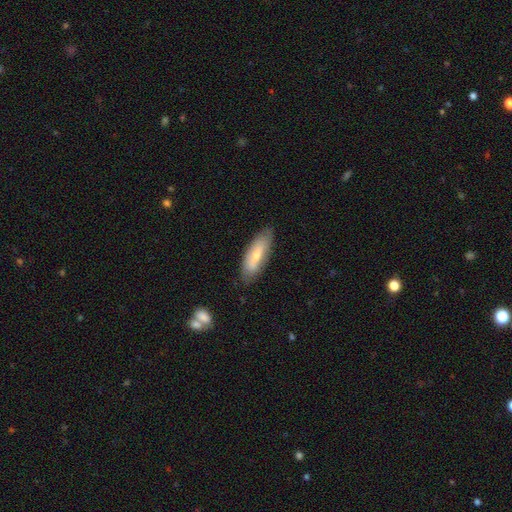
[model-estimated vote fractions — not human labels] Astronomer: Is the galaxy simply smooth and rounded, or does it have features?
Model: smooth — 61%.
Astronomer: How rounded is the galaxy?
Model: in between — 60% (runner-up: cigar-shaped, 38%).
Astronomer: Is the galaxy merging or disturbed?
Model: none — 78%.